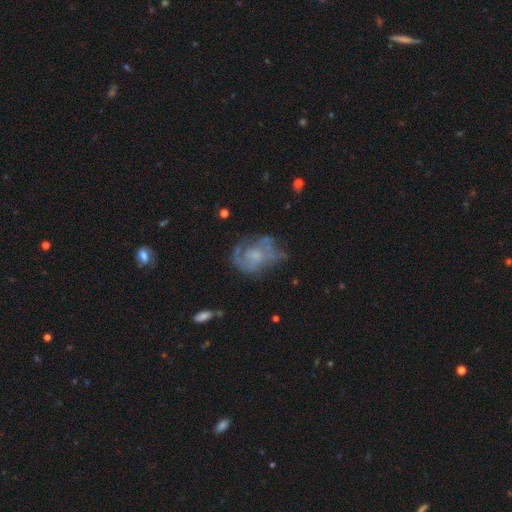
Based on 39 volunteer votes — This appears to be a featured or disk galaxy (87%) with no bar (67%), 2 (45%) medium (45%) spiral arms (61%) and a moderate central bulge (39%). Merging: none (36%).